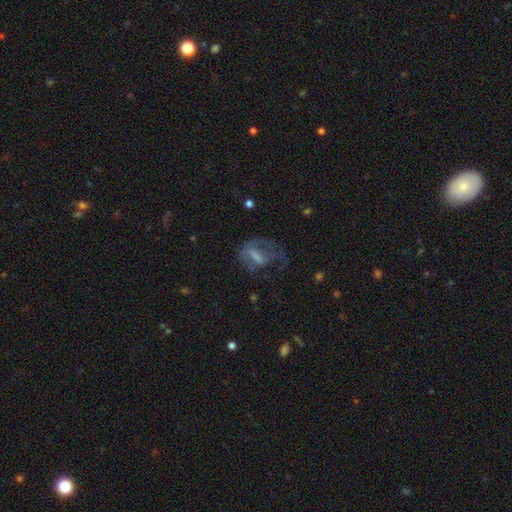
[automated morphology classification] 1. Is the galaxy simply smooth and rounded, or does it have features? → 48% featured or disk, 35% smooth, 17% star or artifact.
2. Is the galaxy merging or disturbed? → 39% none (tied), 39% major disturbance (tied), 20% minor disturbance, 2% merger.